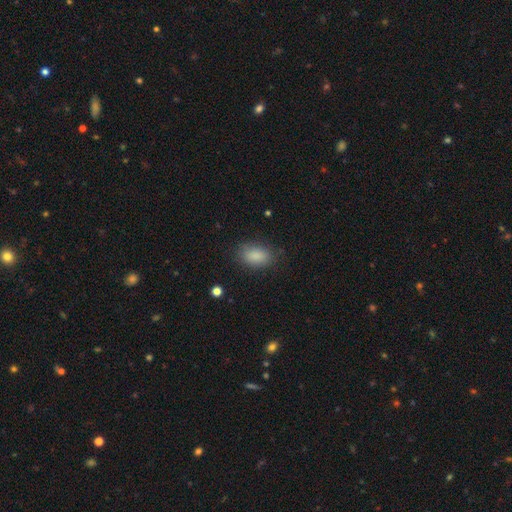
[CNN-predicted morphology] Smooth or featured? smooth (87%)
How rounded? in between (89%)
Merging? none (81%)